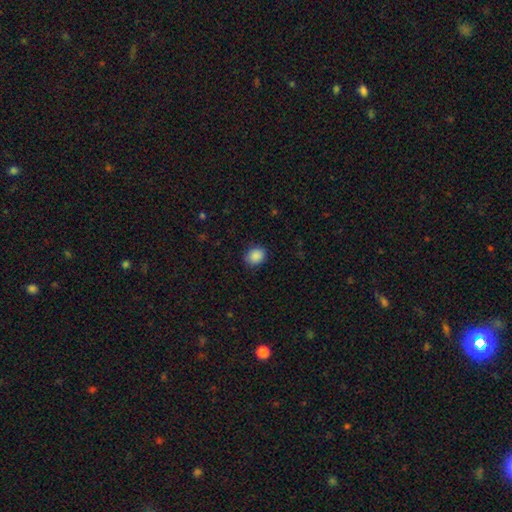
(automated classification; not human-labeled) smooth 89%, star or artifact 8%, featured or disk 3%. Down the decision tree: how rounded — round (59%); merging — none (86%).